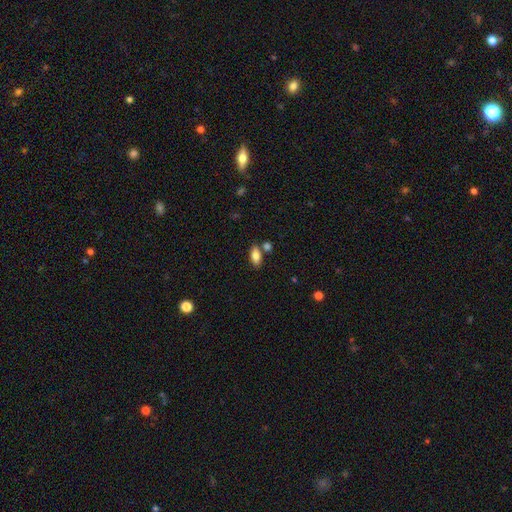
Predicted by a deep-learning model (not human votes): Smooth or featured?
  - smooth: 82% *
  - featured or disk: 11%
  - star or artifact: 7%
How rounded?
  - in between: 89% *
  - cigar-shaped: 8%
  - round: 3%
Merging?
  - none: 72% *
  - merger: 14%
  - minor disturbance: 11%
  - major disturbance: 3%